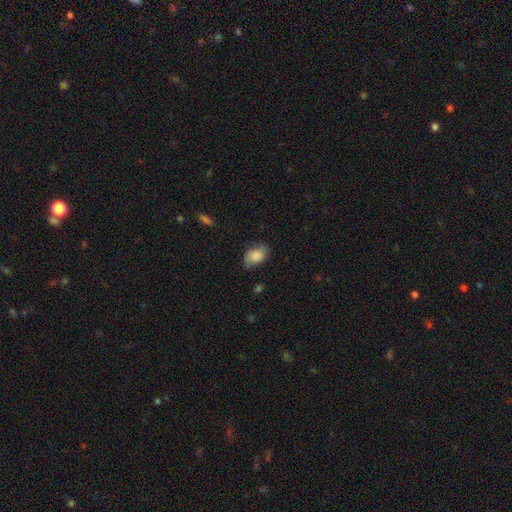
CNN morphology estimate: Smooth or featured? smooth (73%)
How rounded? in between (82%)
Merging? none (66%)